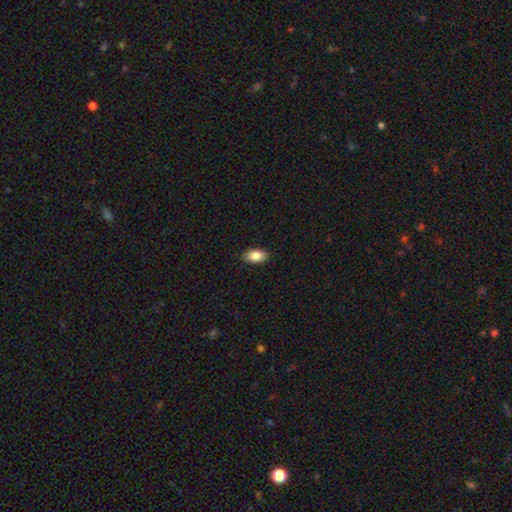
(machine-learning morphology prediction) This appears to be a smooth galaxy with no disk features (86%) that is in between round and cigar-shaped (92%). Merging: none (88%).